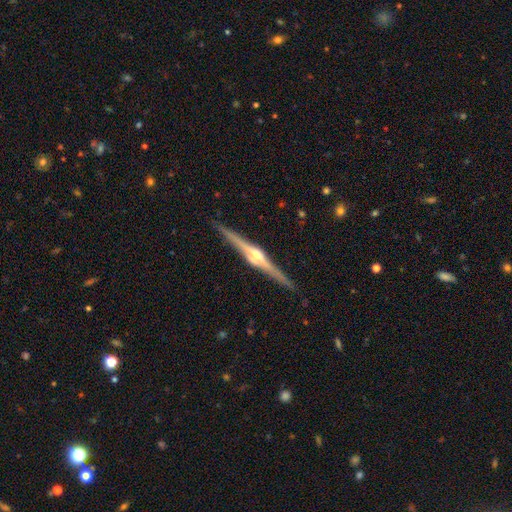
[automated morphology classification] This appears to be a featured or disk galaxy (88%) viewed edge-on (98%) with a rounded central bulge (89%). Merging: none (91%).